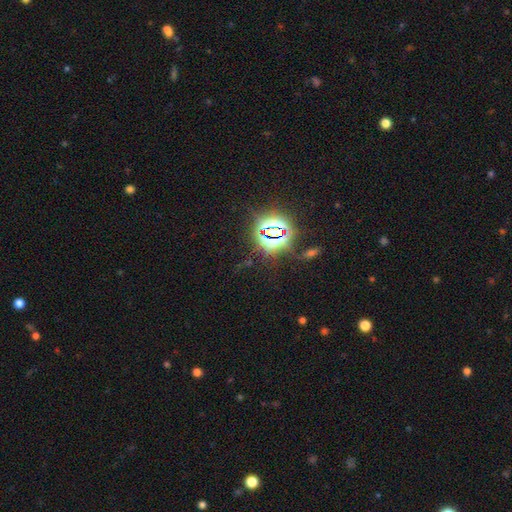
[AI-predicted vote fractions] Q: Smooth or featured?
A: star or artifact (83%); runner-up: smooth (10%)